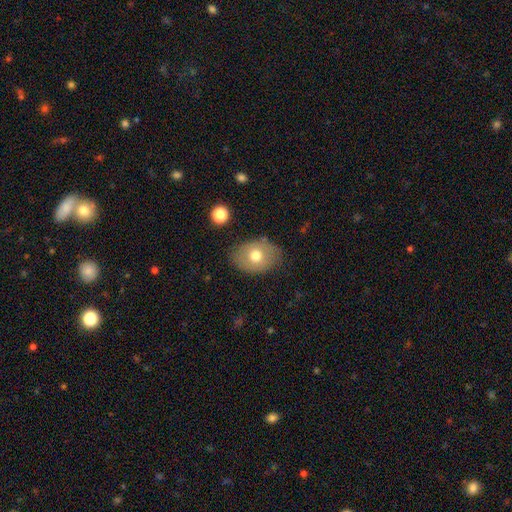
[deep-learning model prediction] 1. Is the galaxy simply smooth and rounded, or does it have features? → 67% smooth, 25% featured or disk, 8% star or artifact.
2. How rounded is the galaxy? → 72% in between, 27% round, 1% cigar-shaped.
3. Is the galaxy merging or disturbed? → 76% none, 18% minor disturbance, 4% major disturbance, 2% merger.